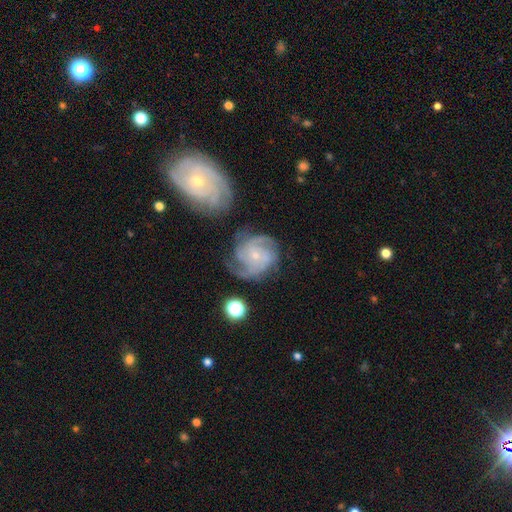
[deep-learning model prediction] A featured or disk galaxy (87%) with no bar (70%), 3 (42%) tight (55%) spiral arms (97%) and a small central bulge (77%).

Vote fractions:
- Smooth or featured? featured or disk: 87% / smooth: 8% / star or artifact: 6%
- Edge-on disk? no: 98% / yes: 2%
- Bar? no: 70% / weak: 25% / strong: 5%
- Spiral arms? yes: 97% / no: 3%
- Spiral winding? tight: 55% / medium: 37% / loose: 8%
- Spiral arm count? 3: 42% / 2: 17% / can't tell: 16% / 4: 15% / 1: 6% / more than 4: 6%
- Bulge size? small: 77% / moderate: 18% / none: 2% / large: 1% / dominant: 1%
- Merging? none: 63% / minor disturbance: 20% / major disturbance: 11% / merger: 7%